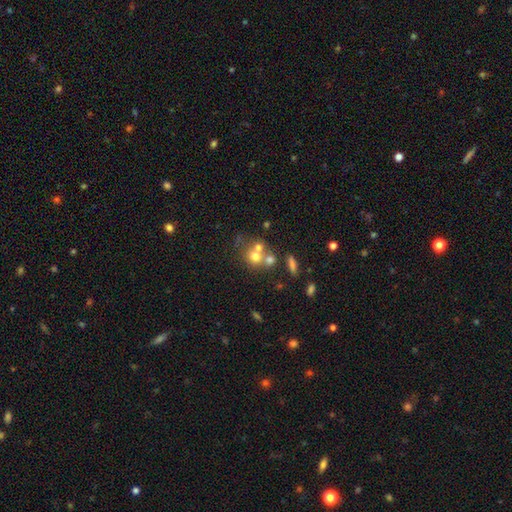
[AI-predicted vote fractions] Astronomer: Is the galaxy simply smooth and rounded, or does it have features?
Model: smooth — 64%.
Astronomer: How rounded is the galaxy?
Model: round — 81%.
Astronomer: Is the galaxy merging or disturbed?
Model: merger — 48% (runner-up: none, 38%).